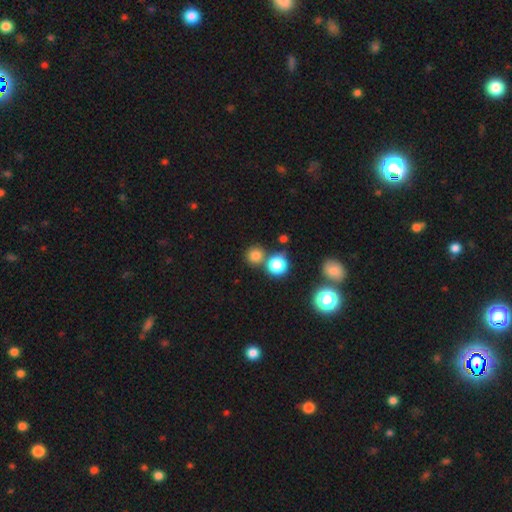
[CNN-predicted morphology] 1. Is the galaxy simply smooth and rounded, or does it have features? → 77% smooth, 16% star or artifact, 7% featured or disk.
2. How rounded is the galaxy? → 89% round, 10% in between, 1% cigar-shaped.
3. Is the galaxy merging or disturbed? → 65% none, 24% merger, 8% minor disturbance, 3% major disturbance.